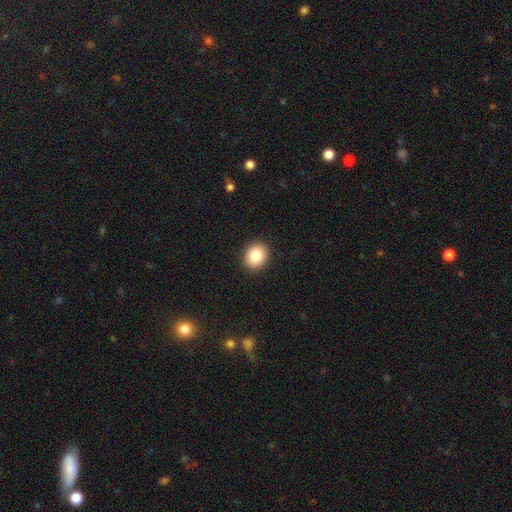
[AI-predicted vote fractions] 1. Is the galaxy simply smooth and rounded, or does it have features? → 84% smooth, 9% star or artifact, 7% featured or disk.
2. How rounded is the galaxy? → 66% round, 34% in between, 1% cigar-shaped.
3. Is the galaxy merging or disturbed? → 91% none, 6% minor disturbance, 2% major disturbance, 1% merger.